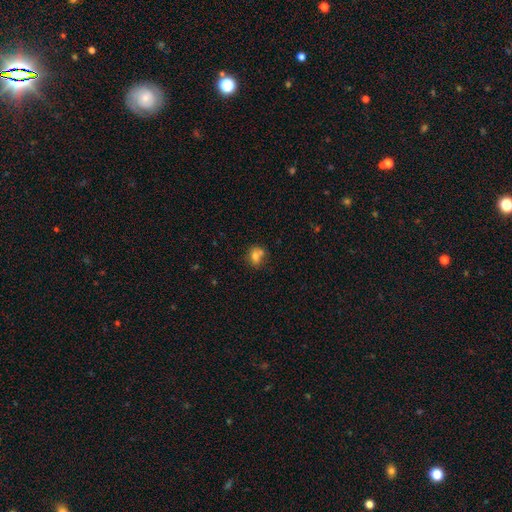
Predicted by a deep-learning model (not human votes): smooth-or-featured: smooth: 73% | featured or disk: 15% | star or artifact: 12%
  how-rounded: round: 64% | in between: 35% | cigar-shaped: 1%
  merging: none: 49% | merger: 31% | minor disturbance: 15% | major disturbance: 5%